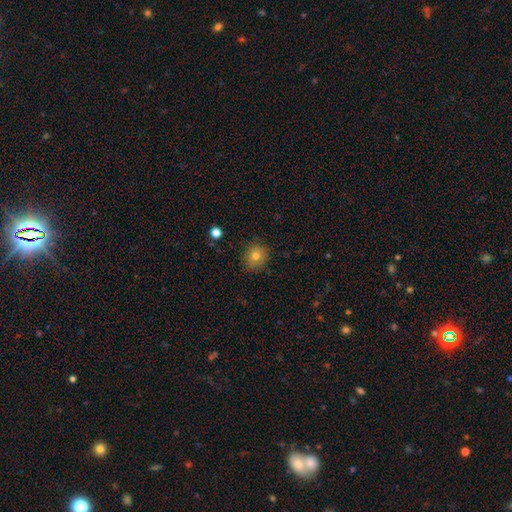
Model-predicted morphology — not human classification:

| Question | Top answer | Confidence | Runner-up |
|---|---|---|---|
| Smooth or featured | smooth | 79% | star or artifact (12%) |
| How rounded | round | 83% | in between (16%) |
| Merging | none | 87% | minor disturbance (10%) |